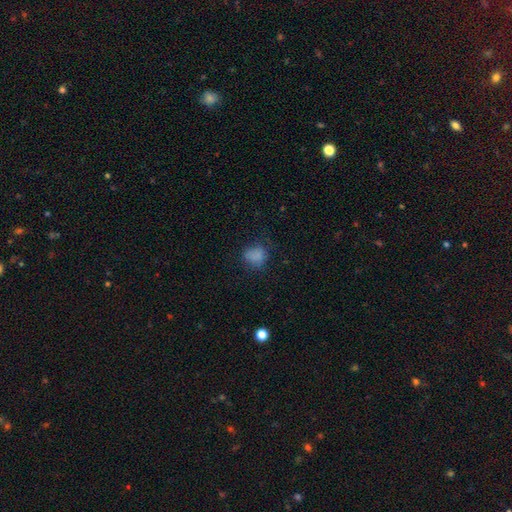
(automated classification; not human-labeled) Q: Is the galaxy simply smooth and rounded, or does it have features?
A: smooth — 76%.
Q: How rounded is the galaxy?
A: round — 62%.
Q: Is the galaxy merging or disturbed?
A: none — 61%.